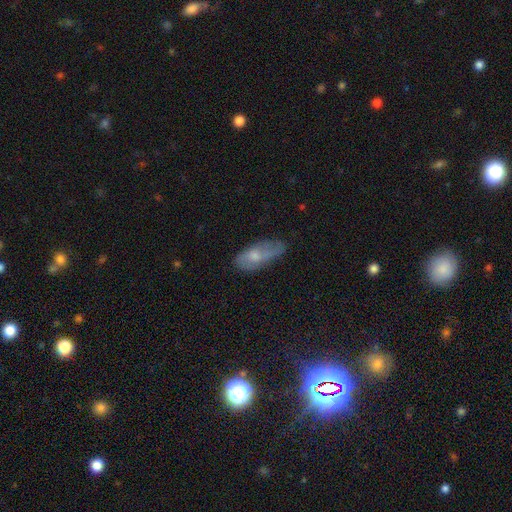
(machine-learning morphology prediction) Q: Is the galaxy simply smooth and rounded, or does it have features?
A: smooth — 63%.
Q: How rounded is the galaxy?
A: in between — 81%.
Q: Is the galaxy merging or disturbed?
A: none — 55%.